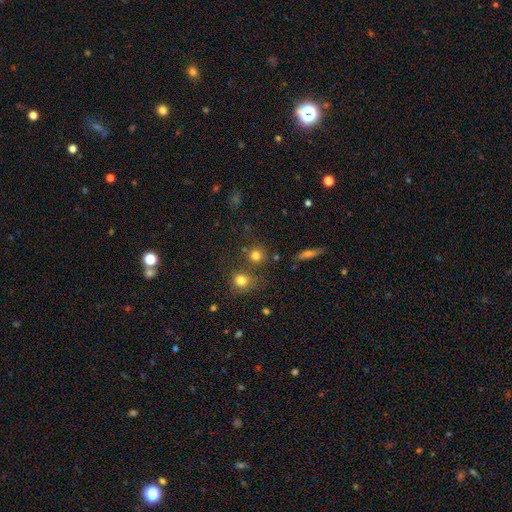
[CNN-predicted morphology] Q: Smooth or featured?
A: smooth (77%); runner-up: star or artifact (15%)
Q: How rounded?
A: round (88%); runner-up: in between (11%)
Q: Merging?
A: none (70%); runner-up: merger (16%)